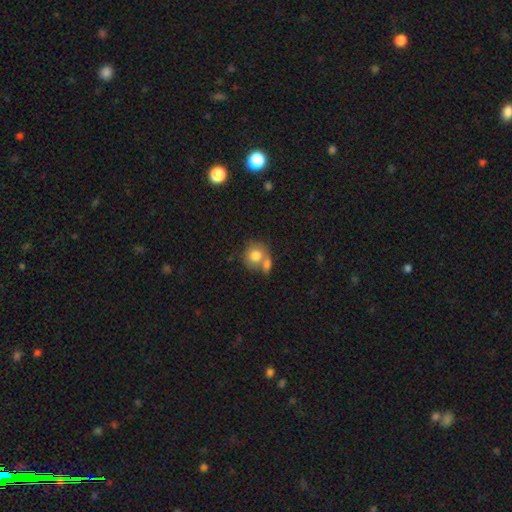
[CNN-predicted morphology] smooth-or-featured: smooth: 78% | featured or disk: 14% | star or artifact: 8%
  how-rounded: round: 76% | in between: 23% | cigar-shaped: 1%
  merging: merger: 45% | none: 39% | minor disturbance: 11% | major disturbance: 5%